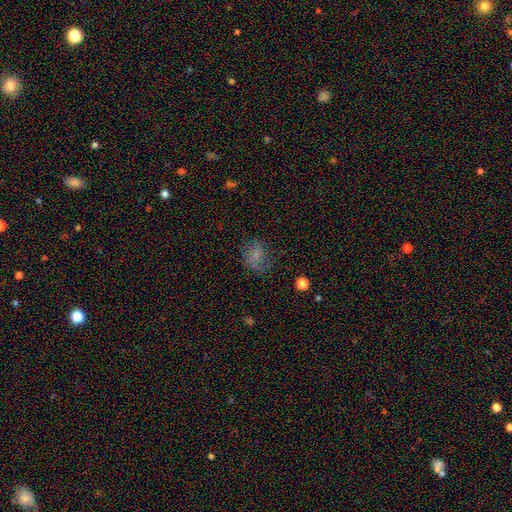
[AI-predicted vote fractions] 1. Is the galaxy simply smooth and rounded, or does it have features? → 61% smooth, 22% featured or disk, 17% star or artifact.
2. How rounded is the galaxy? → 56% in between, 42% round, 2% cigar-shaped.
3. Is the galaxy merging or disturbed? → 54% none, 23% minor disturbance, 20% major disturbance, 2% merger.